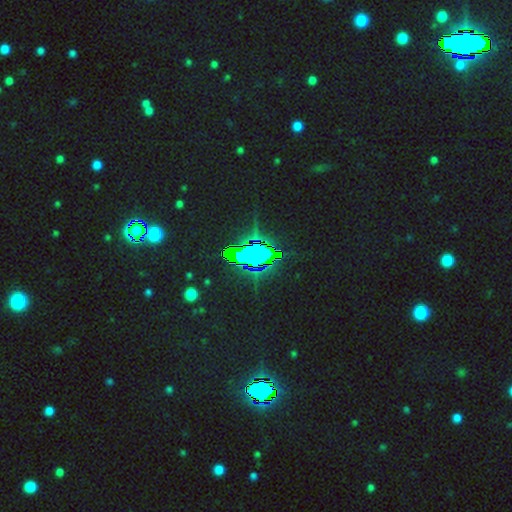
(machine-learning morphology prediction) type=star or artifact (79%).